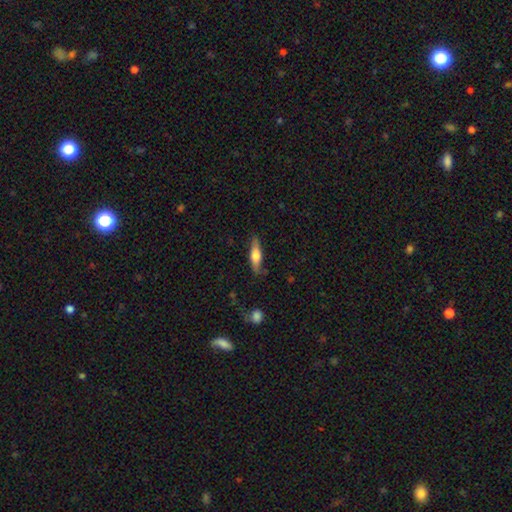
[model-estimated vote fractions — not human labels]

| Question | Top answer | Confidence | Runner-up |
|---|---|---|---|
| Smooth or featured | smooth | 55% | featured or disk (39%) |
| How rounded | cigar-shaped | 65% | in between (33%) |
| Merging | none | 81% | minor disturbance (14%) |